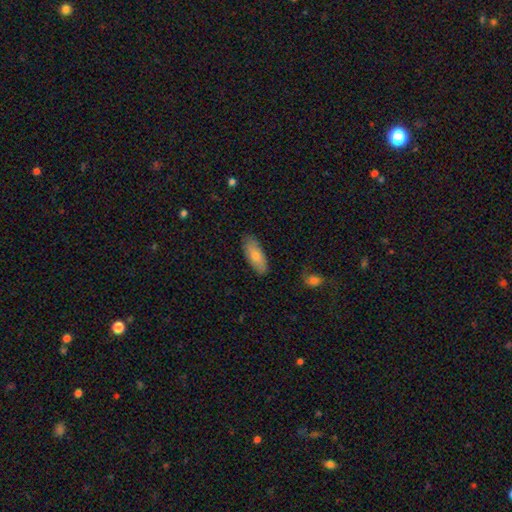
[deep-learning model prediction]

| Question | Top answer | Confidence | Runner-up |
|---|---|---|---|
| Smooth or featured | smooth | 71% | featured or disk (22%) |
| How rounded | in between | 73% | cigar-shaped (24%) |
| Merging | none | 85% | minor disturbance (12%) |